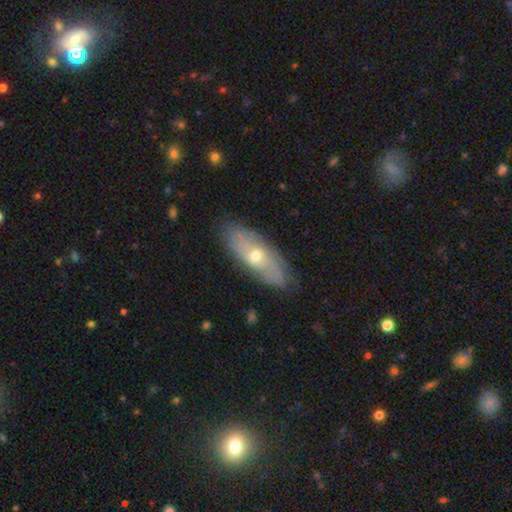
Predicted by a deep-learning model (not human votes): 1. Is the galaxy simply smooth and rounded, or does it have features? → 53% featured or disk, 41% smooth, 6% star or artifact.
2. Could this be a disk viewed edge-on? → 77% no, 23% yes.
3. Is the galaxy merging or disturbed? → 78% none, 17% minor disturbance, 4% major disturbance, 2% merger.